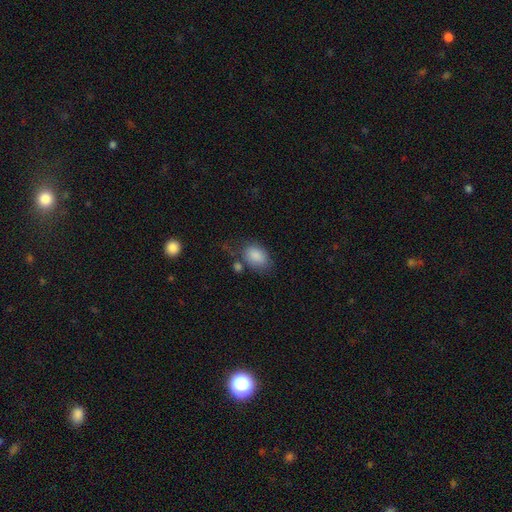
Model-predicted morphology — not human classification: This is clearly a smooth galaxy (87%). How rounded: clearly in between (84%). Merging: likely none (62%).